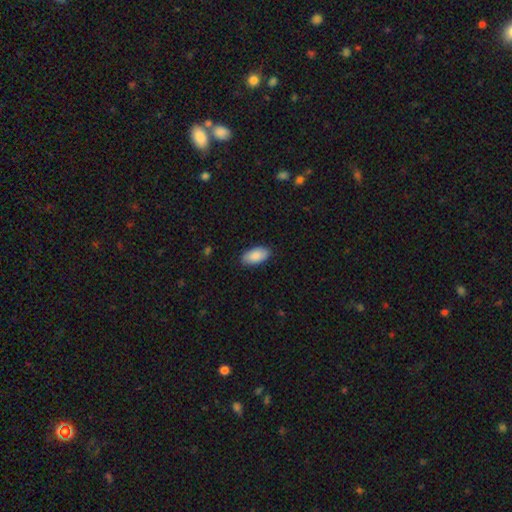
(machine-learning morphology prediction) Smooth or featured?
  - smooth: 88% *
  - star or artifact: 6%
  - featured or disk: 6%
How rounded?
  - in between: 95% *
  - round: 2%
  - cigar-shaped: 2%
Merging?
  - none: 87% *
  - minor disturbance: 10%
  - major disturbance: 2%
  - merger: 1%